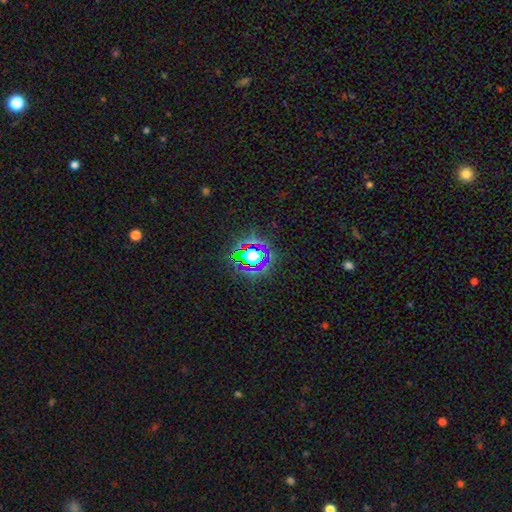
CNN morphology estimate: This is possibly a star or artifact rather than a galaxy (60%).